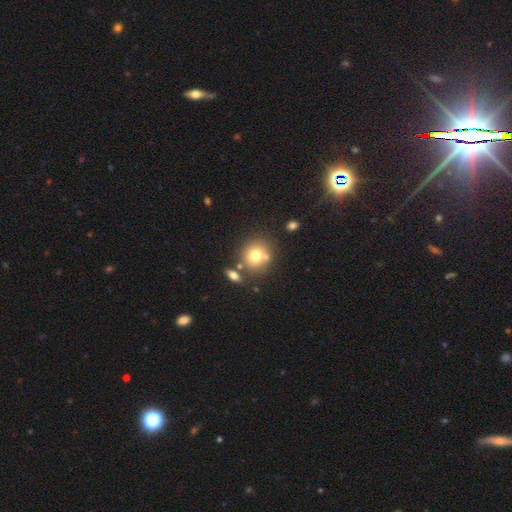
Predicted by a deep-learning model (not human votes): Q: Smooth or featured?
A: smooth (72%); runner-up: featured or disk (16%)
Q: How rounded?
A: round (85%); runner-up: in between (14%)
Q: Merging?
A: none (65%); runner-up: merger (20%)